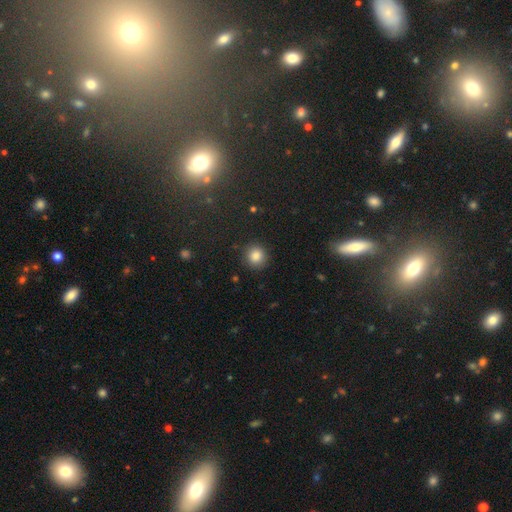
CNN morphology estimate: A smooth galaxy with no disk features (84%) that is round (91%).

Vote fractions:
- Smooth or featured? smooth: 84% / star or artifact: 11% / featured or disk: 5%
- How rounded? round: 91% / in between: 8% / cigar-shaped: 1%
- Merging? none: 89% / minor disturbance: 7% / major disturbance: 2% / merger: 1%